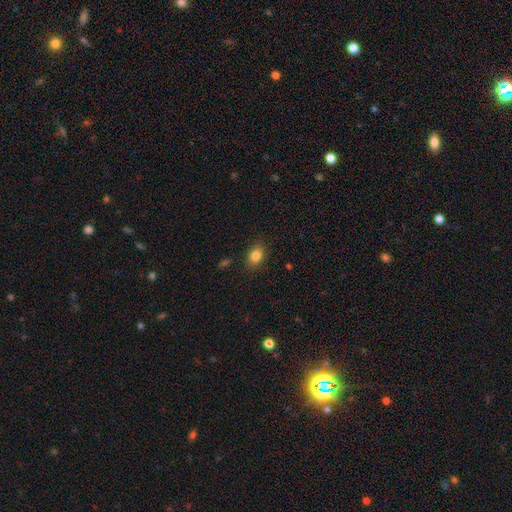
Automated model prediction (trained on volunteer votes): A smooth galaxy with no disk features (84%) that is in between round and cigar-shaped (76%). Merging: none (85%).